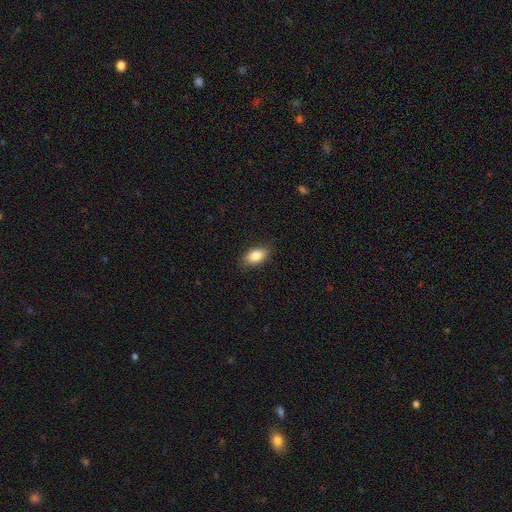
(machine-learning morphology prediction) Smooth or featured? Predicted: smooth (p=0.84). How rounded? Predicted: in between (p=0.89). Merging? Predicted: none (p=0.85).